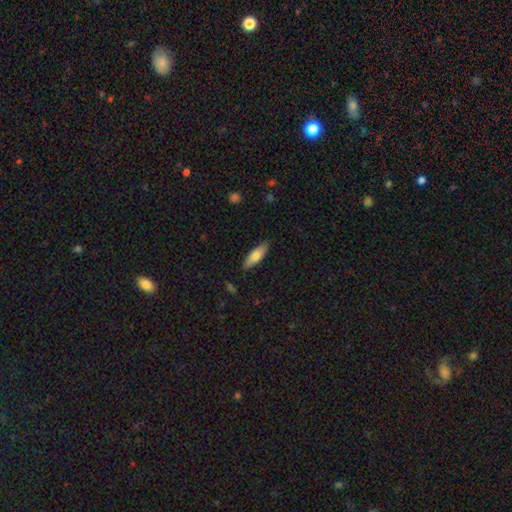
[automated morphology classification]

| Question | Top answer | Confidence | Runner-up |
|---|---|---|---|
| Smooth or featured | smooth | 75% | featured or disk (19%) |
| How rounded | in between | 55% | cigar-shaped (43%) |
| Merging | none | 86% | minor disturbance (11%) |